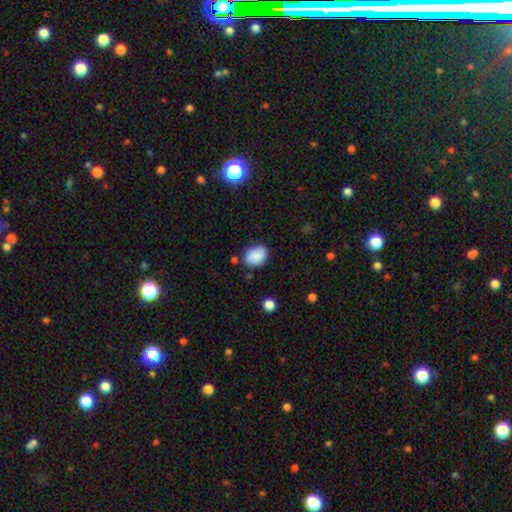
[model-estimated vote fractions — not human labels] Smooth or featured?
  - smooth: 87% *
  - star or artifact: 8%
  - featured or disk: 5%
How rounded?
  - in between: 56% *
  - round: 43%
  - cigar-shaped: 1%
Merging?
  - none: 77% *
  - minor disturbance: 17%
  - major disturbance: 4%
  - merger: 3%